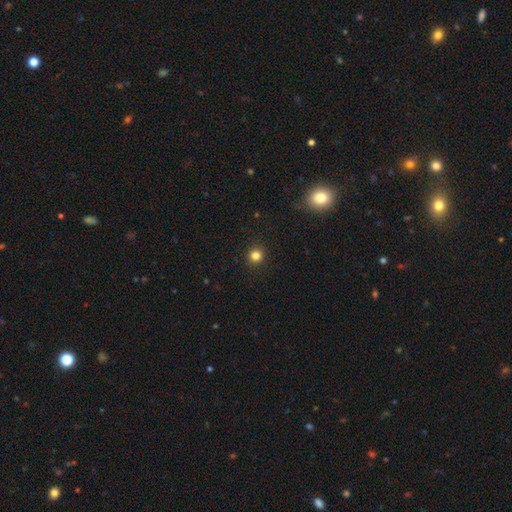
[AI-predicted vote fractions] This is clearly a smooth galaxy (82%). How rounded: clearly round (93%). Merging: clearly none (92%).